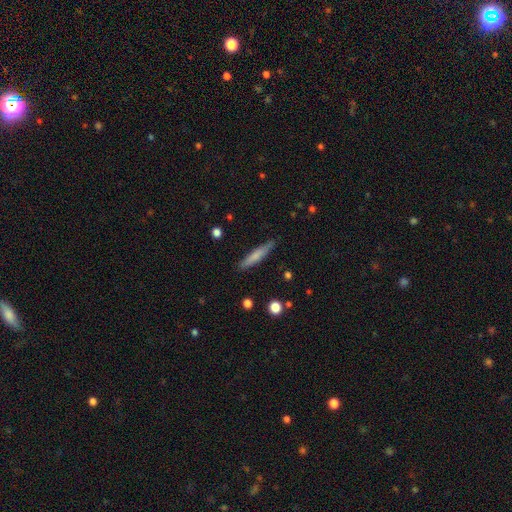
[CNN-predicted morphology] Q: Smooth or featured?
A: smooth (70%); runner-up: featured or disk (24%)
Q: How rounded?
A: cigar-shaped (91%); runner-up: in between (7%)
Q: Merging?
A: none (87%); runner-up: minor disturbance (10%)